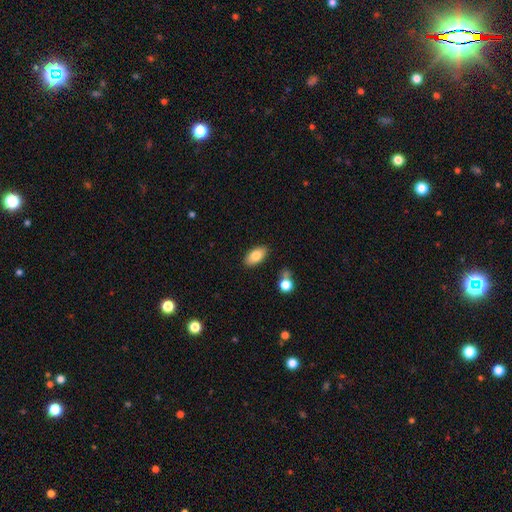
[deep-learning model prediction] Smooth or featured?
  - smooth: 81% *
  - featured or disk: 12%
  - star or artifact: 7%
How rounded?
  - in between: 93% *
  - round: 4%
  - cigar-shaped: 3%
Merging?
  - none: 85% *
  - minor disturbance: 10%
  - merger: 3%
  - major disturbance: 2%